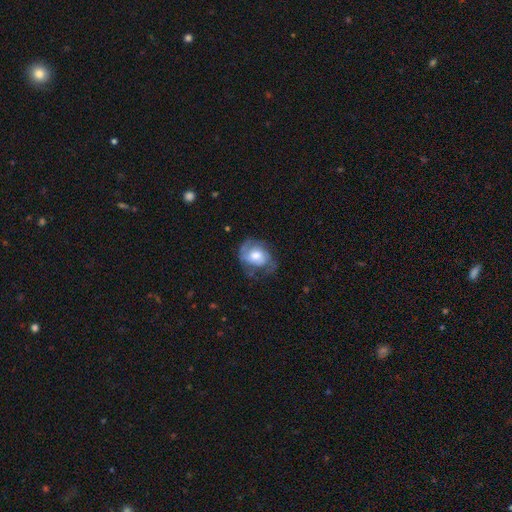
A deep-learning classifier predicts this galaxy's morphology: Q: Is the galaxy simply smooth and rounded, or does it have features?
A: featured or disk — 57%.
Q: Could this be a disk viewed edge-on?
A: no — 96%.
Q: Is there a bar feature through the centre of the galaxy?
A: no — 66%.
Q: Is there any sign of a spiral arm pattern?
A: yes — 76%.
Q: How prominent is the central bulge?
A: moderate — 55%.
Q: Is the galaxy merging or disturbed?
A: none — 48%.